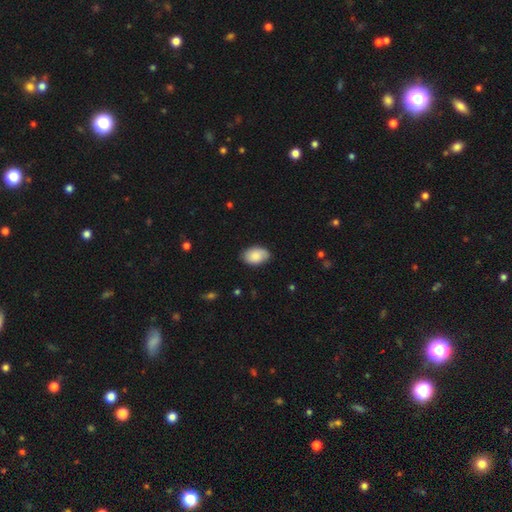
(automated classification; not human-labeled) A smooth galaxy with no disk features (82%) that is in between round and cigar-shaped (91%).

Vote fractions:
- Smooth or featured? smooth: 82% / featured or disk: 12% / star or artifact: 6%
- How rounded? in between: 91% / round: 8% / cigar-shaped: 1%
- Merging? none: 81% / minor disturbance: 15% / major disturbance: 3% / merger: 1%